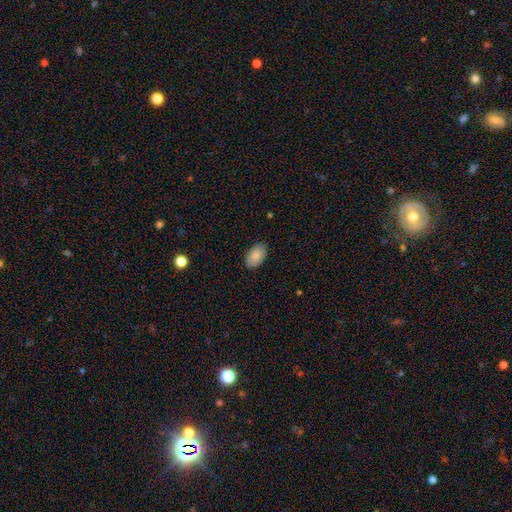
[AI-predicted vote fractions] Smooth or featured: smooth — 85% (featured or disk — 8%)
How rounded: in between — 93% (round — 6%)
Merging: none — 86% (minor disturbance — 11%)